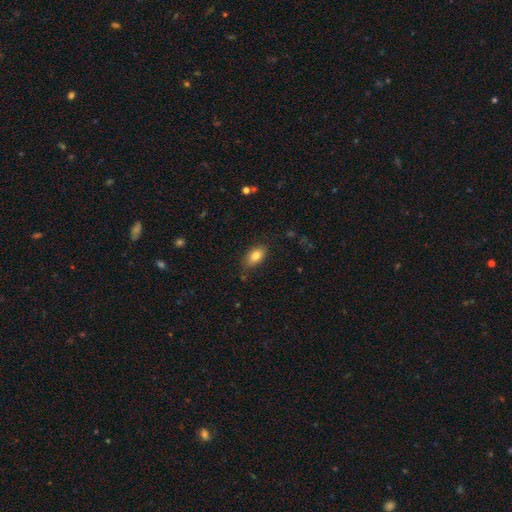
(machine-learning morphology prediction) A smooth galaxy with no disk features (83%) that is in between round and cigar-shaped (90%). Merging: none (79%).